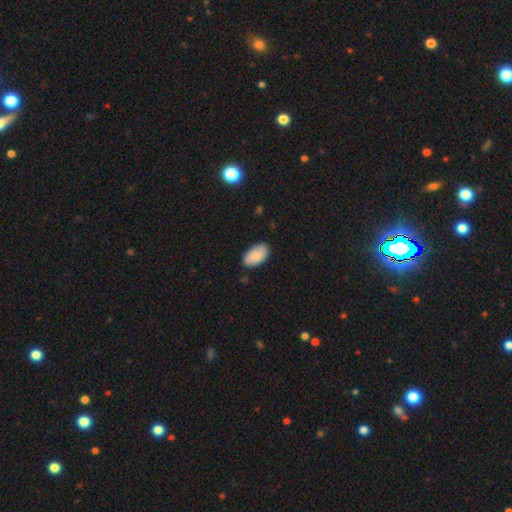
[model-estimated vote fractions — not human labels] smooth-or-featured: smooth: 85% | featured or disk: 9% | star or artifact: 6%
  how-rounded: in between: 95% | round: 4% | cigar-shaped: 1%
  merging: none: 84% | minor disturbance: 13% | major disturbance: 2% | merger: 1%